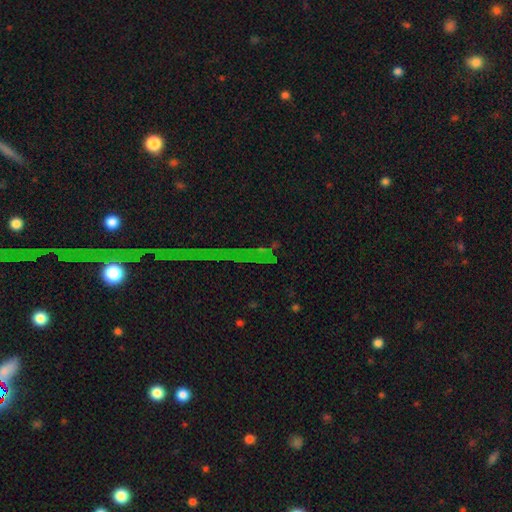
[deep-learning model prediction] Morphology: type=star or artifact (76%).